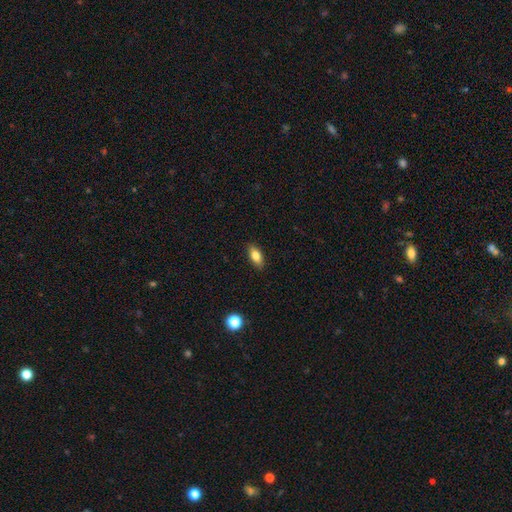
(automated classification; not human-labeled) This is likely a smooth galaxy (78%). How rounded: clearly in between (84%). Merging: clearly none (88%).